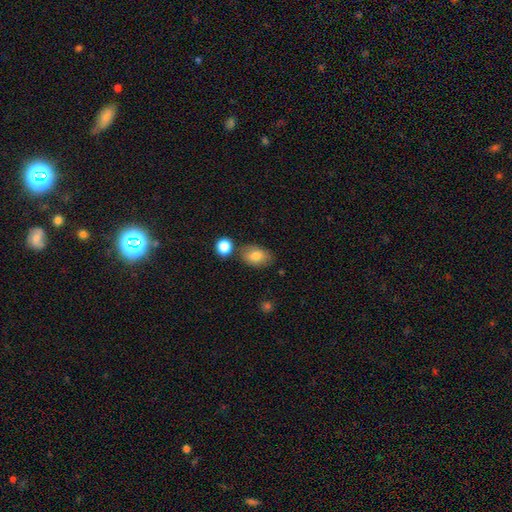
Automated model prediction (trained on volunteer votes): smooth_or_featured: smooth (p=0.81) [alt: featured or disk p=0.11]
how_rounded: in between (p=0.82) [alt: round p=0.17]
merging: none (p=0.72) [alt: minor disturbance p=0.16]